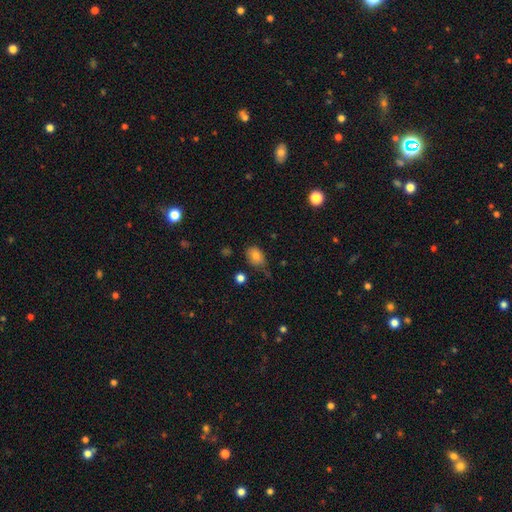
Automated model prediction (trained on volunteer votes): Morphology: type=smooth (79%); roundness=in between (68%); merging=none (66%).